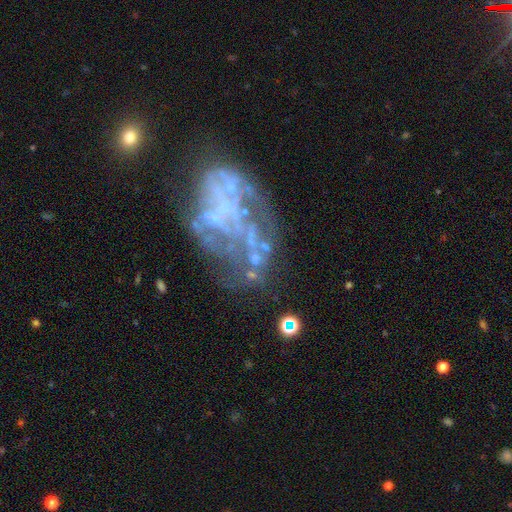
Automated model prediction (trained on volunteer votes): This is likely a featured or disk galaxy (68%). It is clearly not viewed edge-on (98%). Bar: clearly no (89%). Spiral arm pattern: clearly no (84%). Central bulge: likely none (75%). Merging: marginally none (36%).